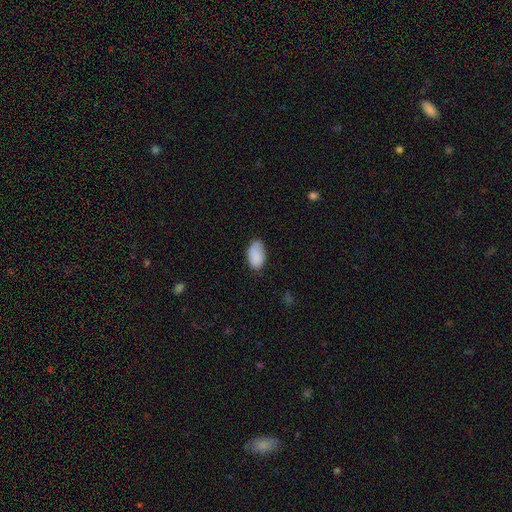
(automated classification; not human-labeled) Q: Smooth or featured?
A: smooth (86%); runner-up: featured or disk (7%)
Q: How rounded?
A: in between (94%); runner-up: round (5%)
Q: Merging?
A: none (73%); runner-up: minor disturbance (21%)